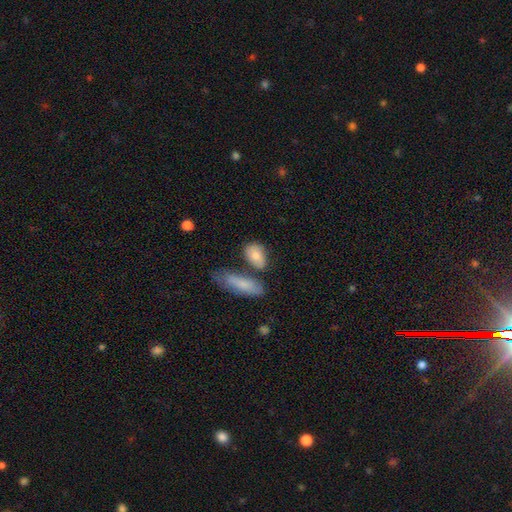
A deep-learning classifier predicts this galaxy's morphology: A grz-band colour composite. It shows a smooth galaxy with no disk features (77%) that is in between round and cigar-shaped (80%). Merging: none (52%).